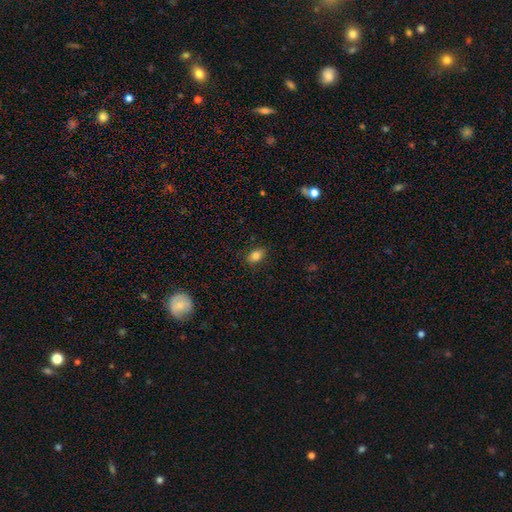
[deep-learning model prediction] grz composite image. It shows a smooth galaxy with no disk features (83%) that is in between round and cigar-shaped (83%). Merging: none (86%).